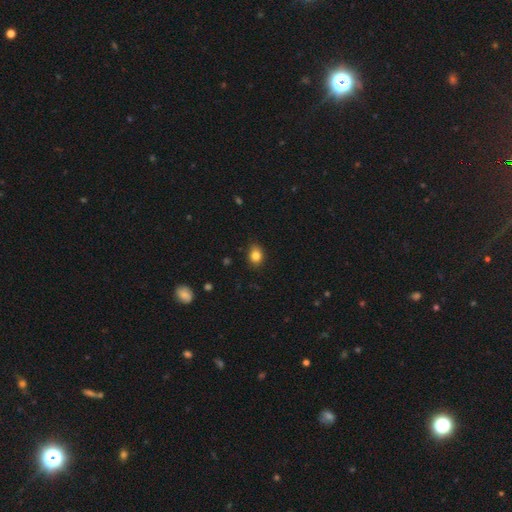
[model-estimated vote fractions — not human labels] Smooth or featured?
  - smooth: 84% *
  - star or artifact: 10%
  - featured or disk: 6%
How rounded?
  - in between: 52% *
  - round: 47%
  - cigar-shaped: 1%
Merging?
  - none: 84% *
  - minor disturbance: 12%
  - major disturbance: 2%
  - merger: 1%